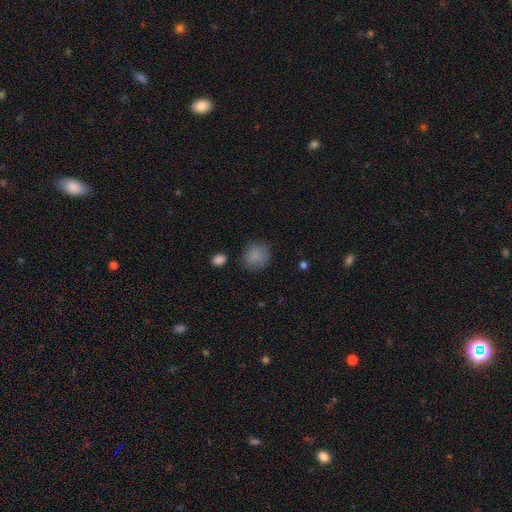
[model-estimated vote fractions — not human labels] Smooth or featured: smooth — 84% (star or artifact — 9%)
How rounded: round — 80% (in between — 19%)
Merging: none — 76% (minor disturbance — 16%)